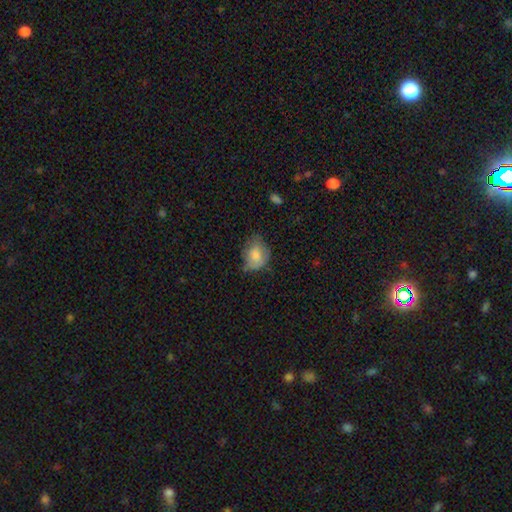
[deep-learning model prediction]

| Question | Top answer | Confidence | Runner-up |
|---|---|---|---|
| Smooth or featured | smooth | 76% | featured or disk (17%) |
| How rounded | in between | 60% | round (39%) |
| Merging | none | 45% | minor disturbance (38%) |